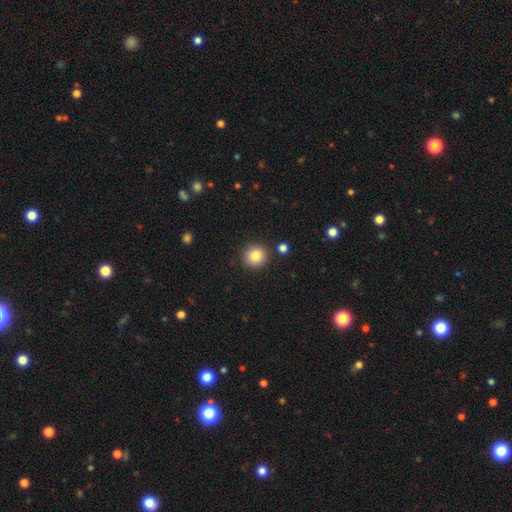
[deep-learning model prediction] This appears to be a smooth galaxy with no disk features (83%) that is round (93%). Merging: none (88%).